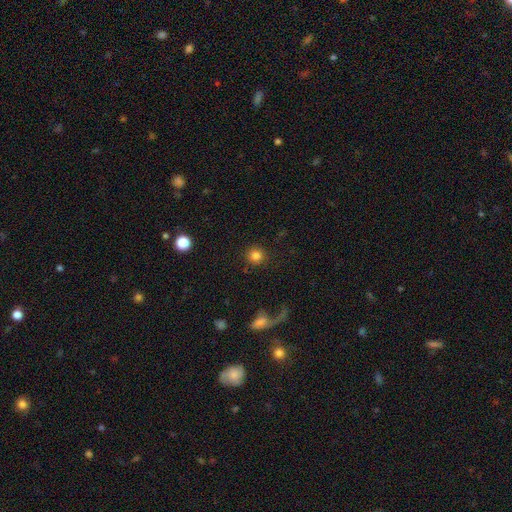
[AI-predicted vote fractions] This appears to be a smooth galaxy with no disk features (82%) that is round (94%). Merging: none (87%).